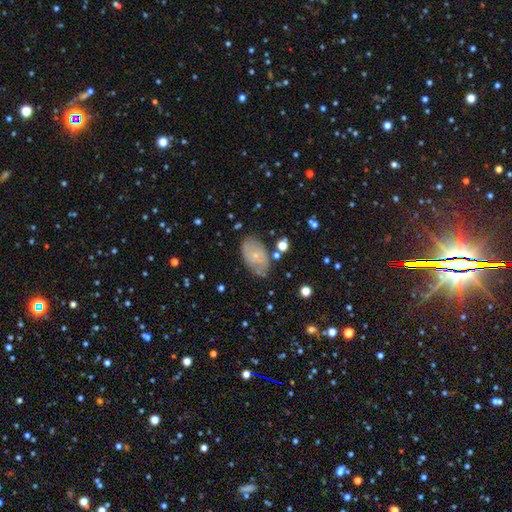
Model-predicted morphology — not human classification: Smooth or featured? featured or disk (50%)
Merging? none (72%)